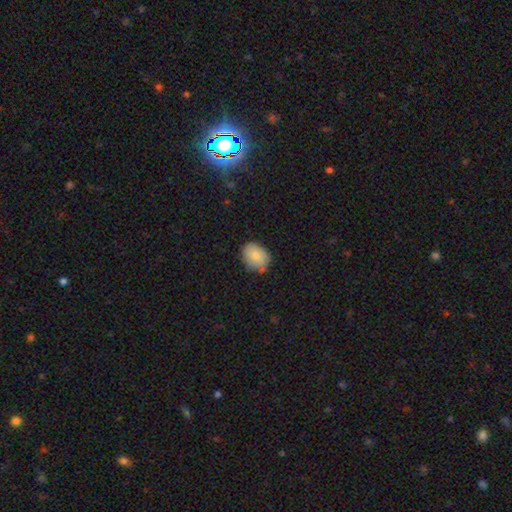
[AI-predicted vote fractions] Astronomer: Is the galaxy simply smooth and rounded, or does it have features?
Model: smooth — 83%.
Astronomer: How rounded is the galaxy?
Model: in between — 60% (runner-up: round, 39%).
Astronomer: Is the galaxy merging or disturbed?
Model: none — 71%.